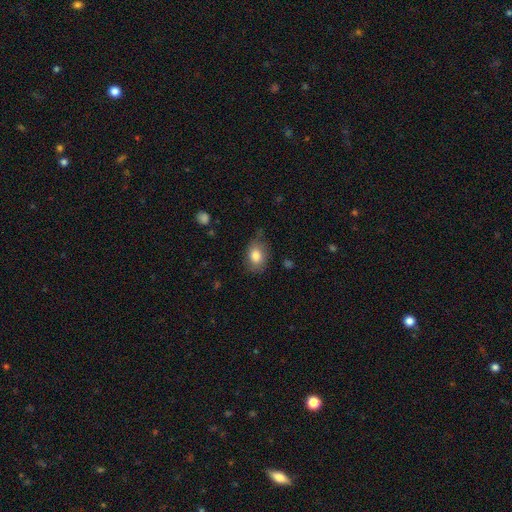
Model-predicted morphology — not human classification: Smooth or featured?
  - smooth: 82% *
  - featured or disk: 10%
  - star or artifact: 8%
How rounded?
  - in between: 74% *
  - round: 25%
  - cigar-shaped: 1%
Merging?
  - none: 69% *
  - minor disturbance: 23%
  - major disturbance: 6%
  - merger: 2%